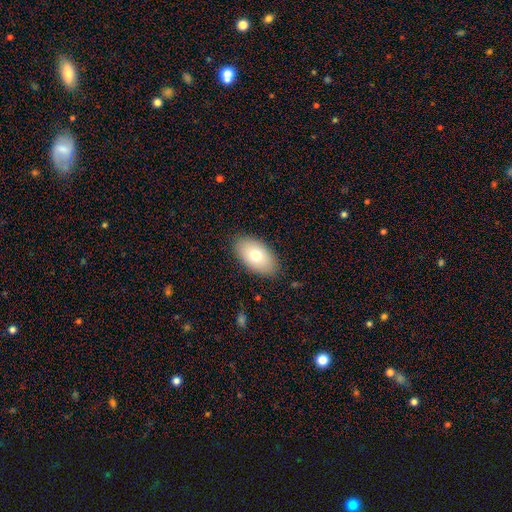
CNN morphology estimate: Smooth or featured: smooth — 72% (featured or disk — 21%)
How rounded: in between — 94% (round — 5%)
Merging: none — 86% (minor disturbance — 11%)